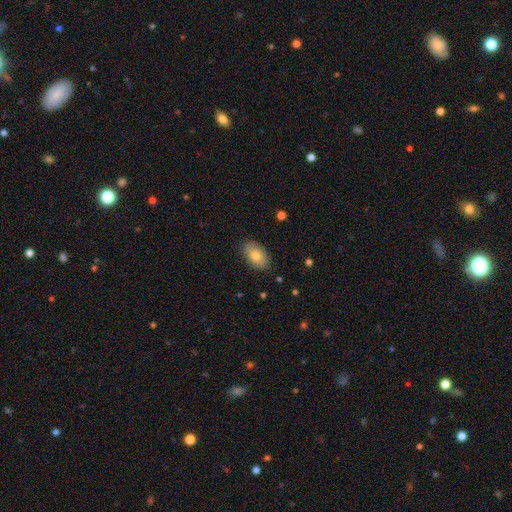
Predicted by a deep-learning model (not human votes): This appears to be a smooth galaxy with no disk features (78%) that is in between round and cigar-shaped (92%). Merging: none (86%).